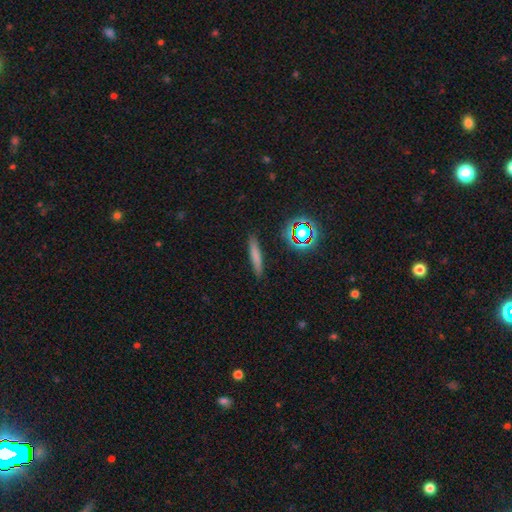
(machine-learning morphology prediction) Smooth or featured? Predicted: smooth (p=0.70). How rounded? Predicted: cigar-shaped (p=0.89). Merging? Predicted: none (p=0.86).